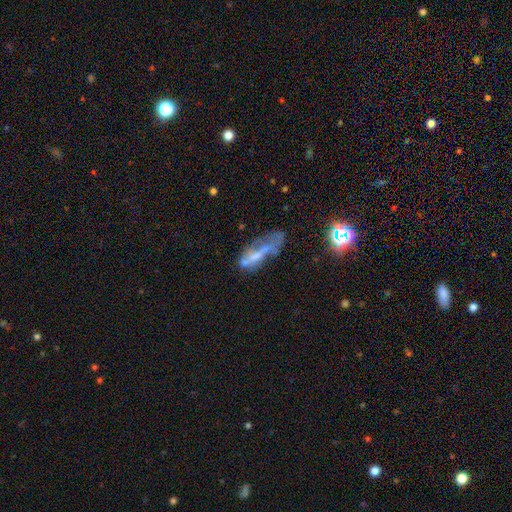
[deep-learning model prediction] Smooth or featured?
  - featured or disk: 50% *
  - smooth: 36%
  - star or artifact: 14%
Merging?
  - major disturbance: 34% *
  - none: 30%
  - minor disturbance: 24%
  - merger: 12%